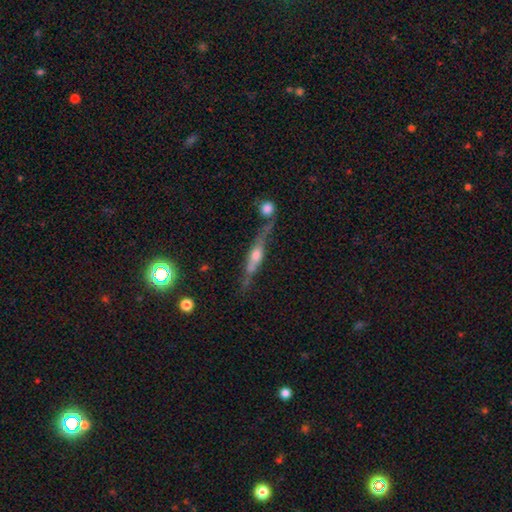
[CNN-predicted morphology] This appears to be a featured or disk galaxy (73%) viewed edge-on (91%) with a rounded central bulge (83%). Merging: none (63%).